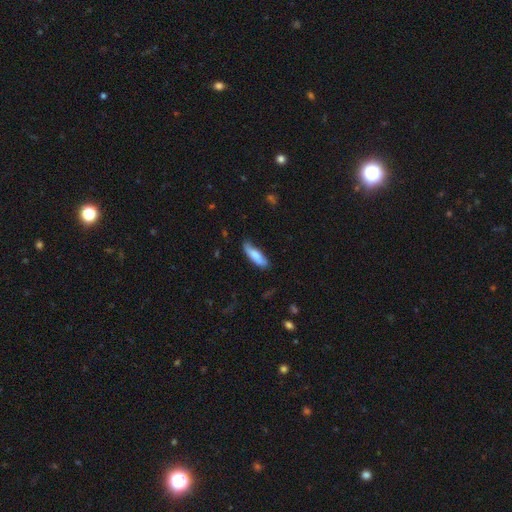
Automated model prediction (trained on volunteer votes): This is likely a smooth galaxy (79%). How rounded: possibly cigar-shaped (56%). Merging: likely none (69%).